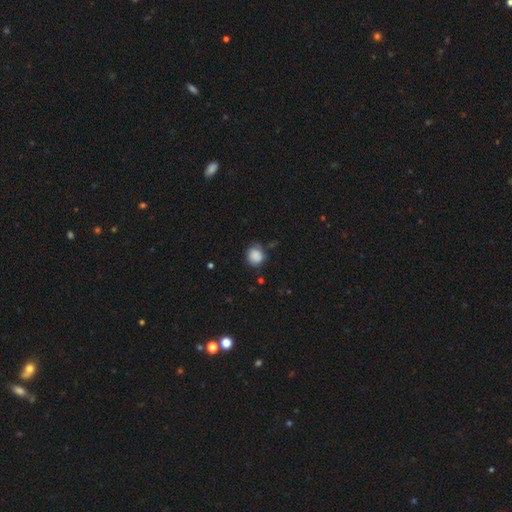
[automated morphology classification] type=smooth (86%); roundness=round (80%); merging=none (70%).